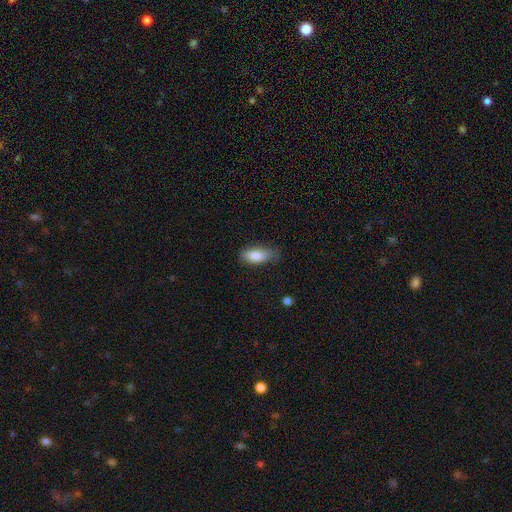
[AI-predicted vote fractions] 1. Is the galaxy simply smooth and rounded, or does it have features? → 83% smooth, 10% featured or disk, 7% star or artifact.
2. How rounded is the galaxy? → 85% in between, 12% cigar-shaped, 3% round.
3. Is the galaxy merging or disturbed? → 64% none, 28% minor disturbance, 6% major disturbance, 1% merger.